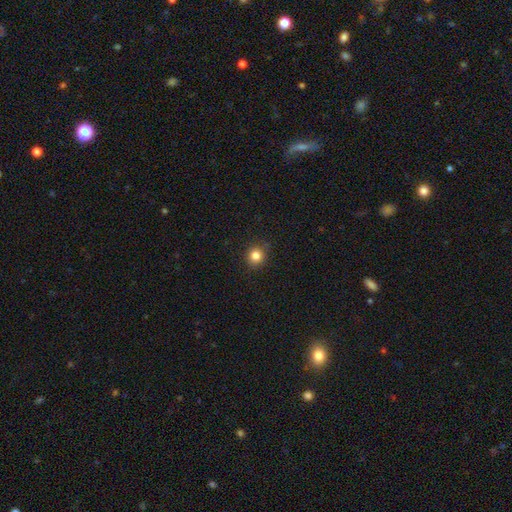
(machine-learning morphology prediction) This is clearly a smooth galaxy (83%). How rounded: clearly round (90%). Merging: clearly none (89%).